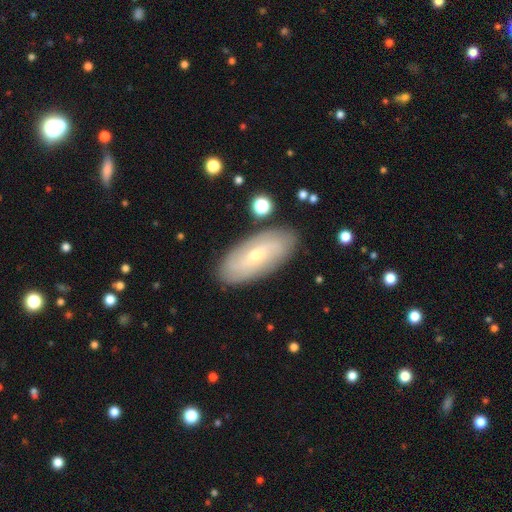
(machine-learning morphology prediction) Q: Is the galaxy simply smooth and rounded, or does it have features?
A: featured or disk — 58%.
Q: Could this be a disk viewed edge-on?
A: no — 84%.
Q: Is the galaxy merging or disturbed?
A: none — 86%.